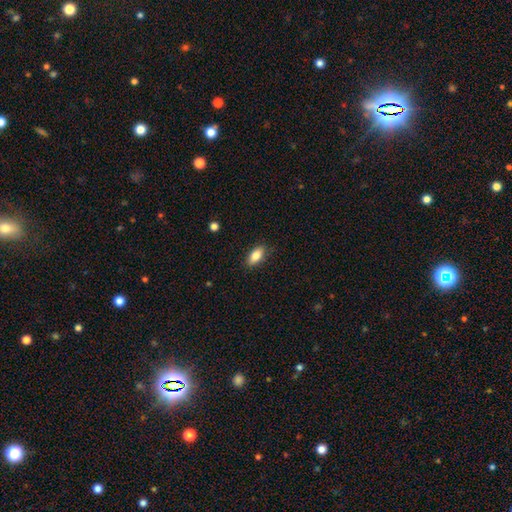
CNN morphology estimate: Smooth or featured: smooth — 81% (featured or disk — 11%)
How rounded: in between — 86% (cigar-shaped — 10%)
Merging: none — 85% (minor disturbance — 11%)